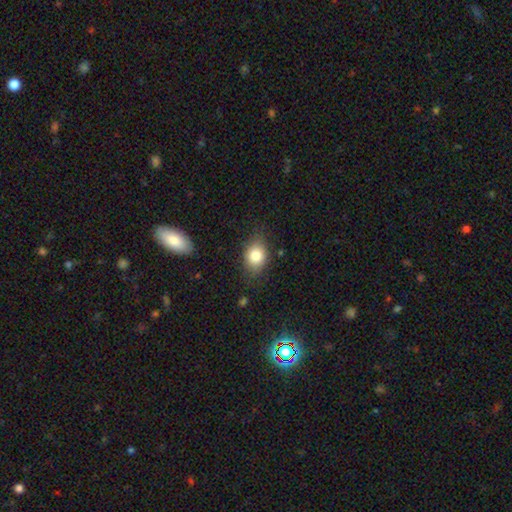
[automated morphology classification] smooth_or_featured: smooth (p=0.81) [alt: featured or disk p=0.10]
how_rounded: in between (p=0.63) [alt: round p=0.36]
merging: none (p=0.76) [alt: minor disturbance p=0.18]